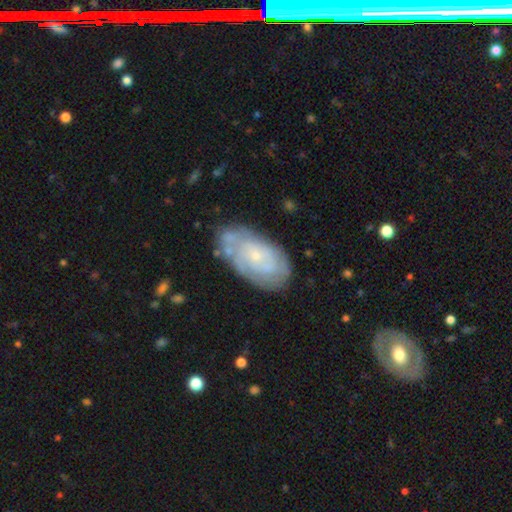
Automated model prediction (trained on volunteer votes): A featured or disk galaxy (65%) with no bar (80%), spiral arms (74%) and a small central bulge (77%).

Vote fractions:
- Smooth or featured? featured or disk: 65% / smooth: 28% / star or artifact: 7%
- Edge-on disk? no: 94% / yes: 6%
- Bar? no: 80% / weak: 17% / strong: 3%
- Spiral arms? yes: 74% / no: 26%
- Bulge size? small: 77% / moderate: 17% / none: 3% / large: 1% / dominant: 1%
- Merging? none: 69% / minor disturbance: 21% / major disturbance: 6% / merger: 4%